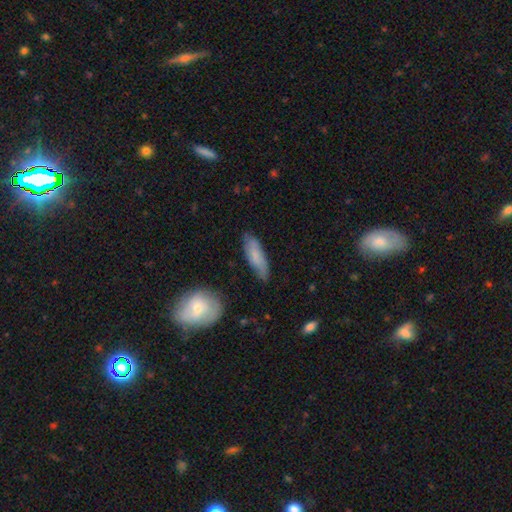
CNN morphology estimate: smooth_or_featured: smooth (p=0.70) [alt: featured or disk p=0.23]
how_rounded: in between (p=0.50) [alt: cigar-shaped p=0.47]
merging: none (p=0.73) [alt: minor disturbance p=0.20]